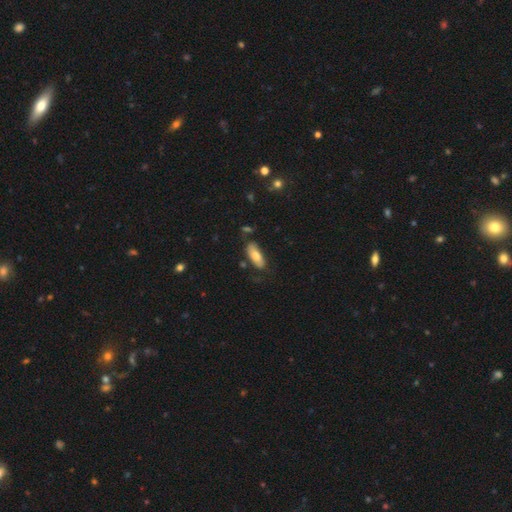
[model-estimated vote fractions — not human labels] Q: Smooth or featured?
A: smooth (74%); runner-up: featured or disk (20%)
Q: How rounded?
A: in between (78%); runner-up: cigar-shaped (20%)
Q: Merging?
A: none (65%); runner-up: minor disturbance (23%)